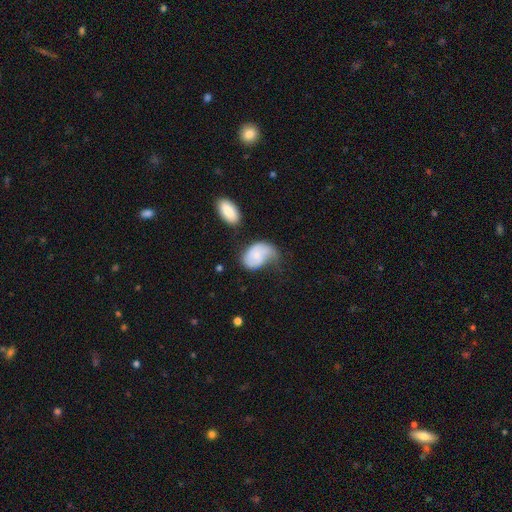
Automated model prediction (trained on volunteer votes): Smooth or featured? smooth (55%)
How rounded? in between (83%)
Merging? minor disturbance (35%)